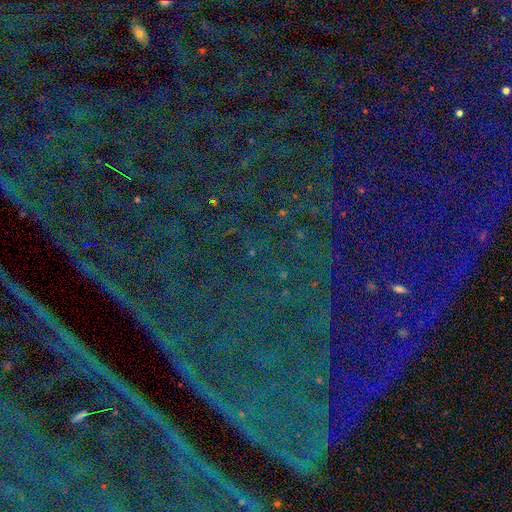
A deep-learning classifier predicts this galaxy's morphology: Smooth or featured? Predicted: star or artifact (p=0.86).